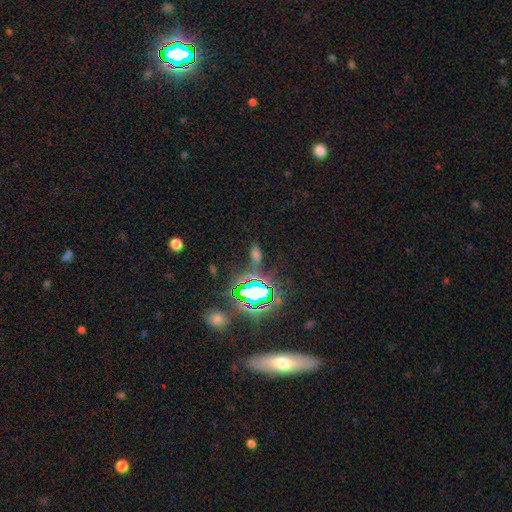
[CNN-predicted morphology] This appears to be a star or artifact, not a galaxy (57%).